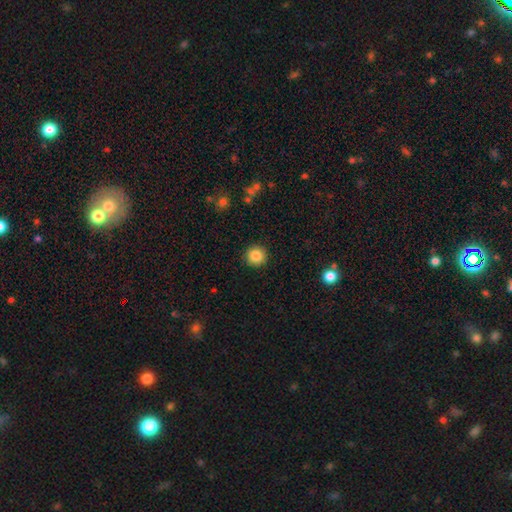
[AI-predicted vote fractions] smooth_or_featured: smooth (p=0.86) [alt: star or artifact p=0.10]
how_rounded: round (p=0.95) [alt: in between p=0.04]
merging: none (p=0.92) [alt: minor disturbance p=0.06]